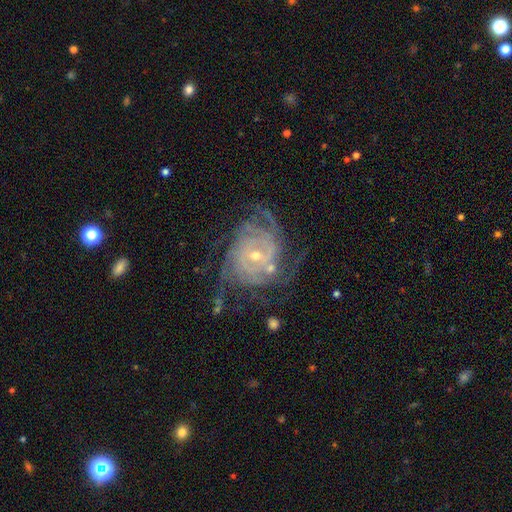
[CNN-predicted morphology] Overall: featured or disk (88%). Edge-on disk: no (97%). Bar: no (54%; weak 36%). Spiral arms: yes (96%). Spiral arm count: can't tell (30%; 4 22%). Spiral winding: tight (70%). Bulge size: small (62%; moderate 35%). Merging: none (60%; minor disturbance 20%).